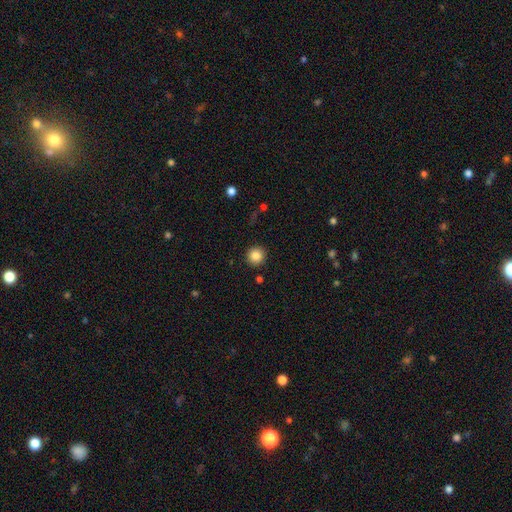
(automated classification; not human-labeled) Smooth or featured? smooth (86%)
How rounded? round (95%)
Merging? none (91%)